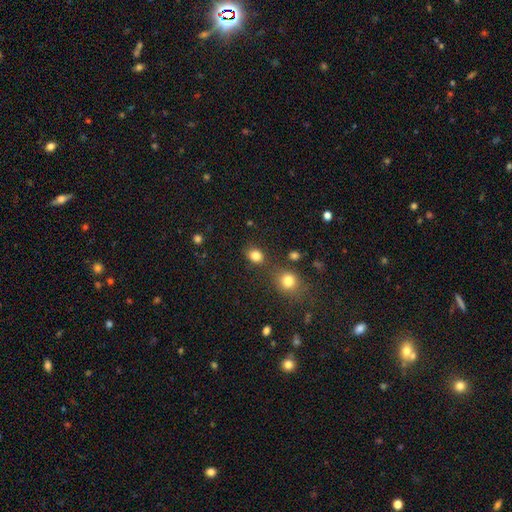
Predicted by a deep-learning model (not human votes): Morphology: type=smooth (83%); roundness=round (50%); merging=none (74%).